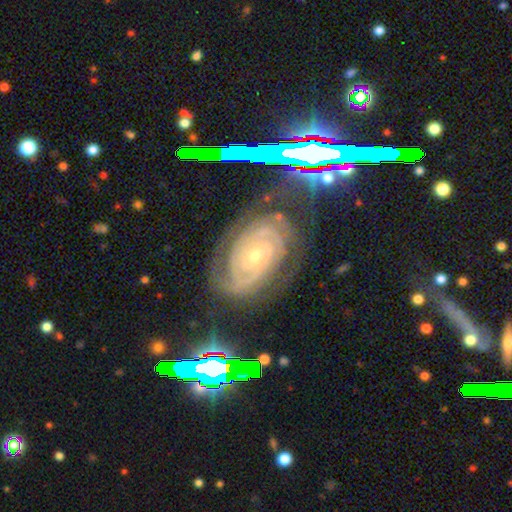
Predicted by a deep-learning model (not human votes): featured or disk 87%, star or artifact 7%, smooth 6%. Down the decision tree: edge-on disk — no (96%); bar — no (63%); spiral arms — yes (97%); spiral arm count — 2 (50%); spiral winding — tight (79%); bulge size — small (58%); merging — none (73%).